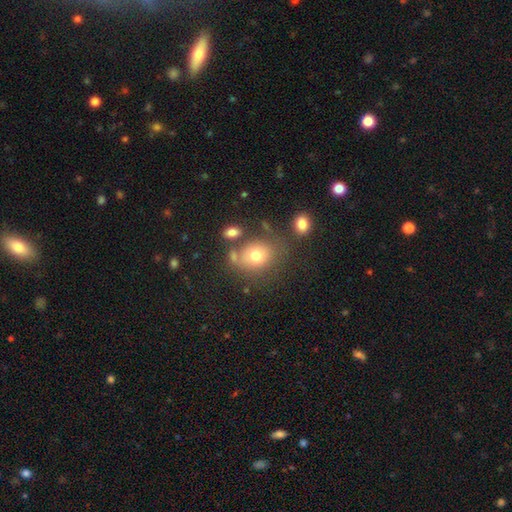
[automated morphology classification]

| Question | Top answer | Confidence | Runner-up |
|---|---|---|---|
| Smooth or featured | smooth | 74% | featured or disk (13%) |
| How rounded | round | 55% | in between (44%) |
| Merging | none | 61% | minor disturbance (16%) |